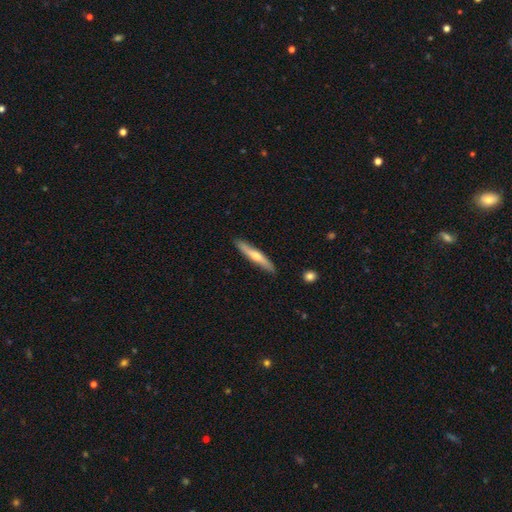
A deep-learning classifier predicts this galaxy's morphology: smooth-or-featured: smooth: 49% | featured or disk: 46% | star or artifact: 5%
  merging: none: 88% | minor disturbance: 10% | major disturbance: 2% | merger: 1%